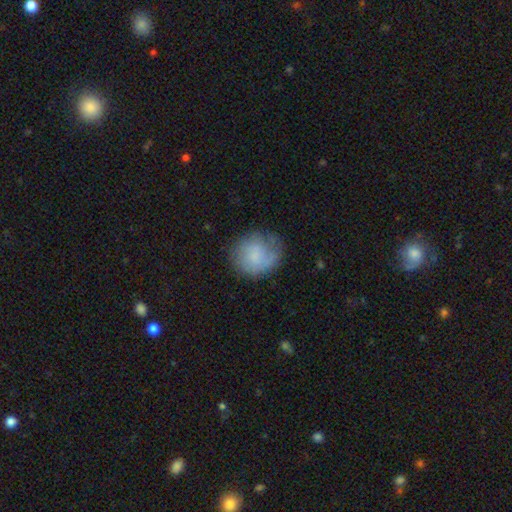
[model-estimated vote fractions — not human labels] Smooth or featured? smooth (66%)
How rounded? round (79%)
Merging? none (60%)